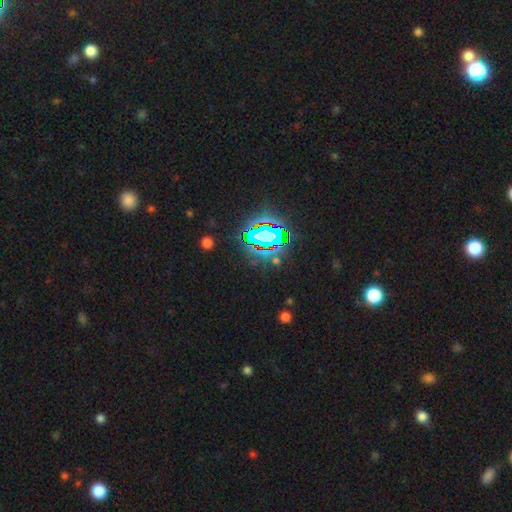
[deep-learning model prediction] Q: Smooth or featured?
A: star or artifact (81%); runner-up: smooth (12%)